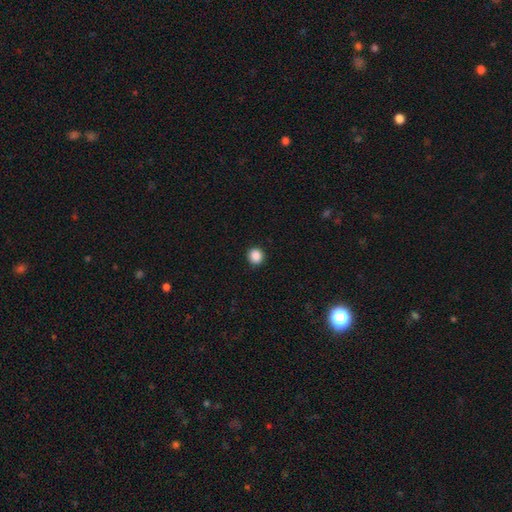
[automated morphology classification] A smooth galaxy with no disk features (88%) that is round (90%). Merging: none (92%).